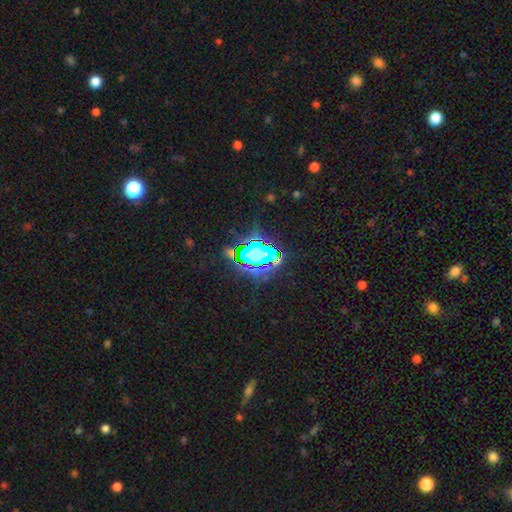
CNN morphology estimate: Overall: star or artifact (79%).